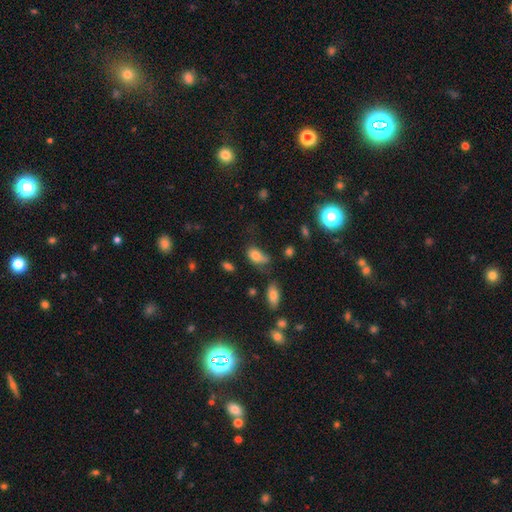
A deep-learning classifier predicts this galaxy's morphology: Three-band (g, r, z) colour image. It shows a smooth galaxy with no disk features (79%) that is in between round and cigar-shaped (89%). Merging: none (36%).